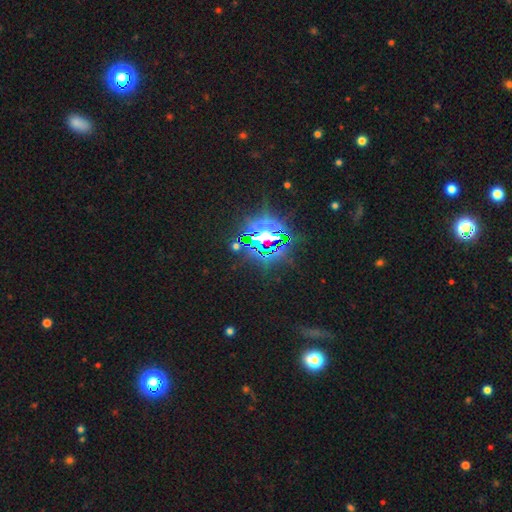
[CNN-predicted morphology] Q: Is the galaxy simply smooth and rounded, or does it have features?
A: star or artifact — 83%.